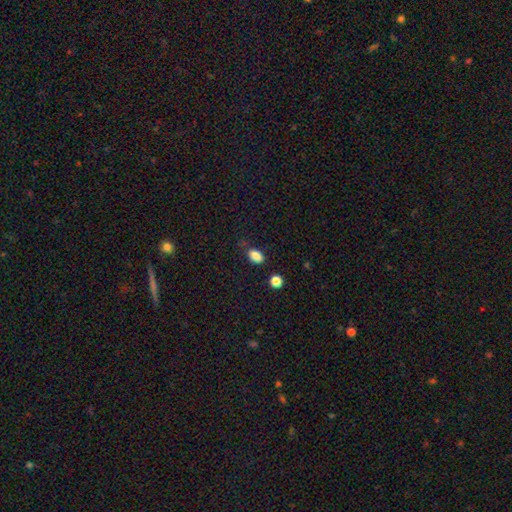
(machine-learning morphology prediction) Overall: smooth (85%). How rounded: in between (85%). Merging: none (73%).